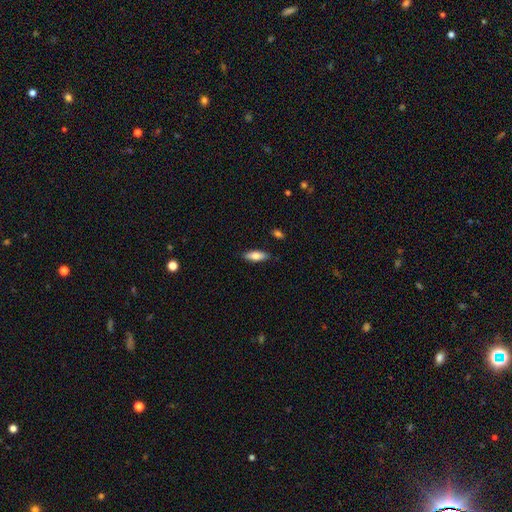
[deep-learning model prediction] Overall: smooth (75%). How rounded: in between (67%; cigar-shaped 31%). Merging: none (86%).